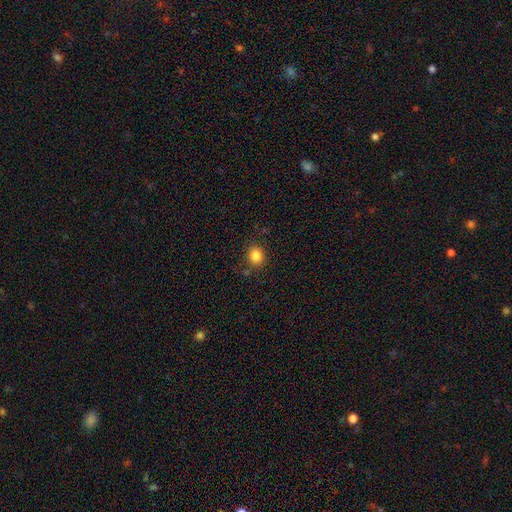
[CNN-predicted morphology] smooth 83%, star or artifact 11%, featured or disk 5%. Down the decision tree: how rounded — round (67%); merging — none (82%).